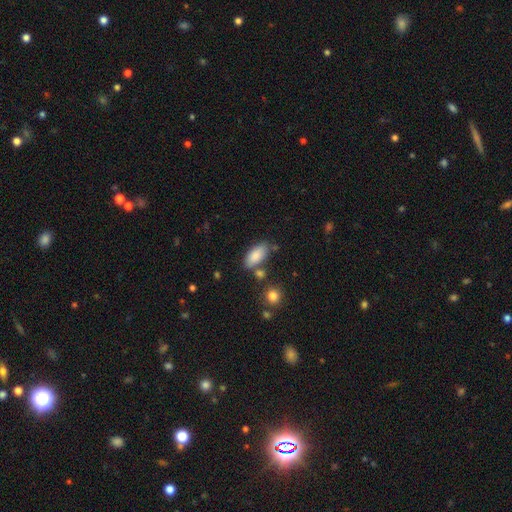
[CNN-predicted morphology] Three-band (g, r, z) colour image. It shows a smooth galaxy with no disk features (85%) that is in between round and cigar-shaped (90%). Merging: none (72%).